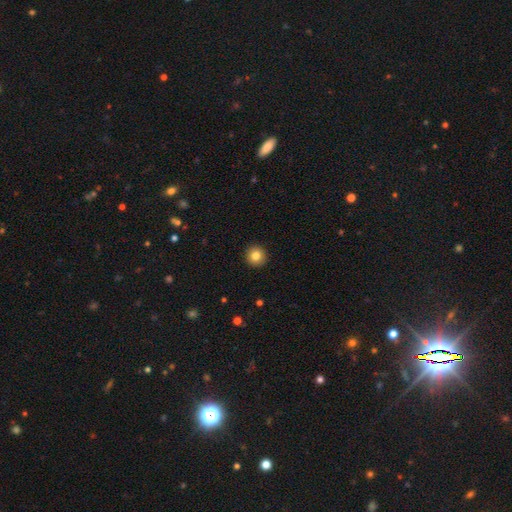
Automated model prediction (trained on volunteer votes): This appears to be a smooth galaxy with no disk features (83%) that is round (95%). Merging: none (93%).